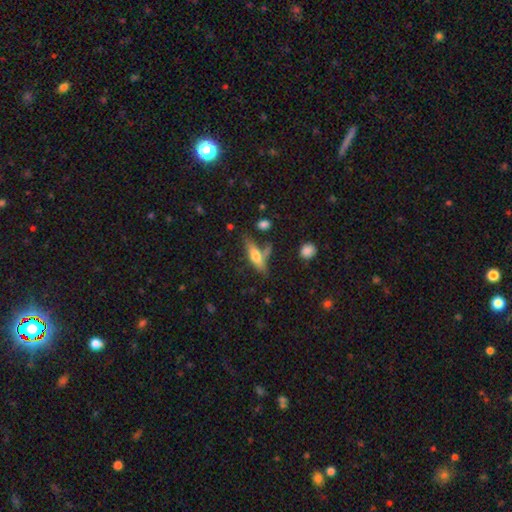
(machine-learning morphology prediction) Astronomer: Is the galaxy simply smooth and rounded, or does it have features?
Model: smooth — 57% (runner-up: featured or disk, 36%).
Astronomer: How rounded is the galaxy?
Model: cigar-shaped — 55% (runner-up: in between, 43%).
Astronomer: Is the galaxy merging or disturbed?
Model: none — 58%.